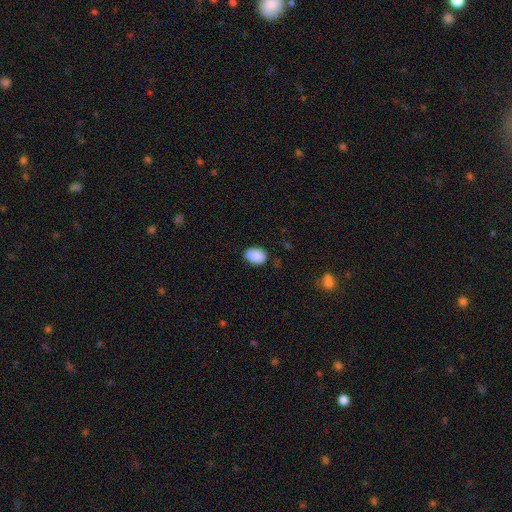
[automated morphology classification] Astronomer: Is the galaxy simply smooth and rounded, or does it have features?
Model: smooth — 90%.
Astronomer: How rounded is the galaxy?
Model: in between — 82%.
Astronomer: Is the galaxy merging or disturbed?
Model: none — 81%.